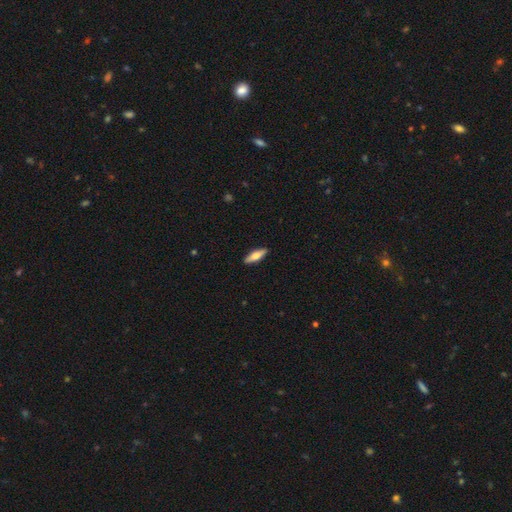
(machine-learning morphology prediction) type=smooth (55%); roundness=cigar-shaped (54%); merging=none (90%).